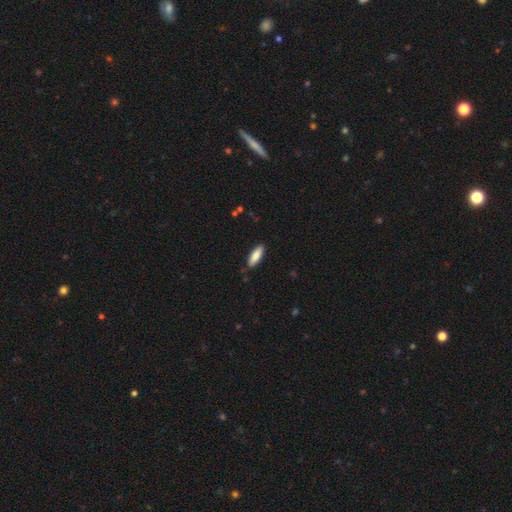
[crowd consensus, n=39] A smooth galaxy with no disk features (92%) that is cigar-shaped (61%).

Vote fractions:
- Smooth or featured? smooth: 92% / featured or disk: 5% / star or artifact: 3%
- How rounded? cigar-shaped: 61% / in between: 36% / round: 3%
- Merging? none: 95% / minor disturbance: 3% / major disturbance: 3% / merger: 0%